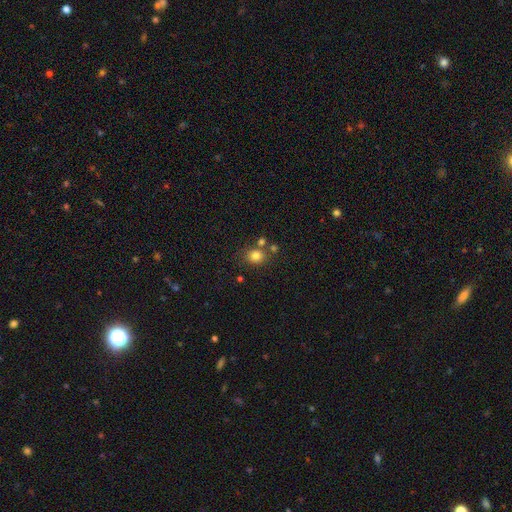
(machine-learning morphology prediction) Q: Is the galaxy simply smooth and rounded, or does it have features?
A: smooth — 80%.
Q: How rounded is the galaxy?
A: round — 69%.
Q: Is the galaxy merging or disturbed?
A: none — 67%.